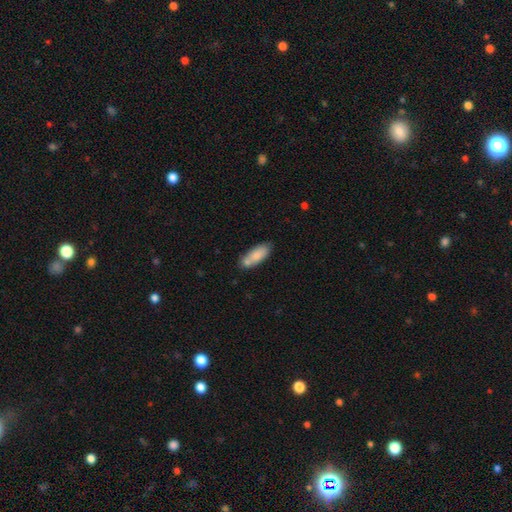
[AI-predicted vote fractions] smooth_or_featured: smooth (p=0.80) [alt: featured or disk p=0.14]
how_rounded: in between (p=0.72) [alt: cigar-shaped p=0.26]
merging: none (p=0.60) [alt: merger p=0.19]